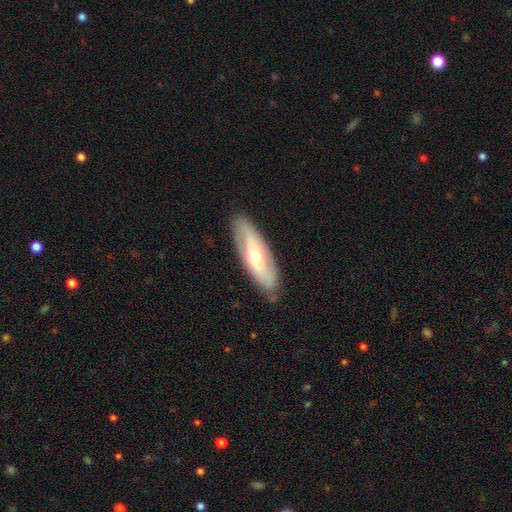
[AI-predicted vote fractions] This is possibly a featured or disk galaxy (59%). It is likely not viewed edge-on (72%). Merging: clearly none (84%).